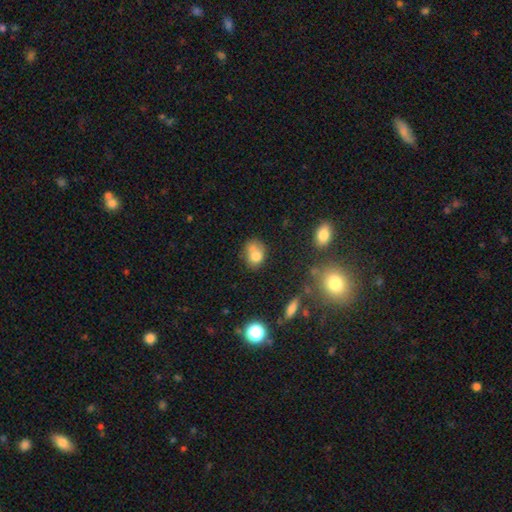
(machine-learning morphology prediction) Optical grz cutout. It shows a smooth galaxy with no disk features (71%) that is in between round and cigar-shaped (57%). Merging: none (37%).